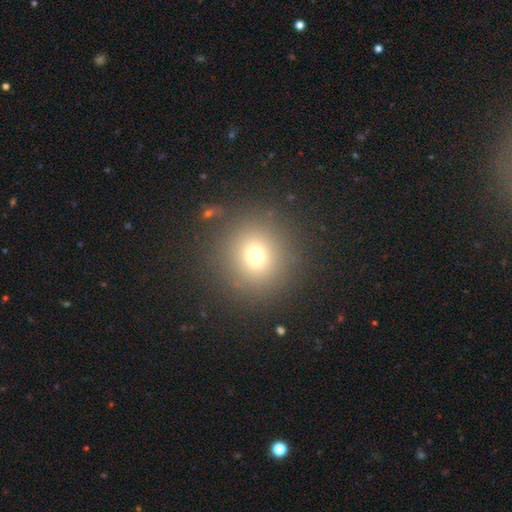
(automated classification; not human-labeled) smooth-or-featured: smooth: 71% | star or artifact: 19% | featured or disk: 11%
  how-rounded: round: 93% | in between: 6% | cigar-shaped: 1%
  merging: none: 88% | minor disturbance: 7% | major disturbance: 4% | merger: 2%